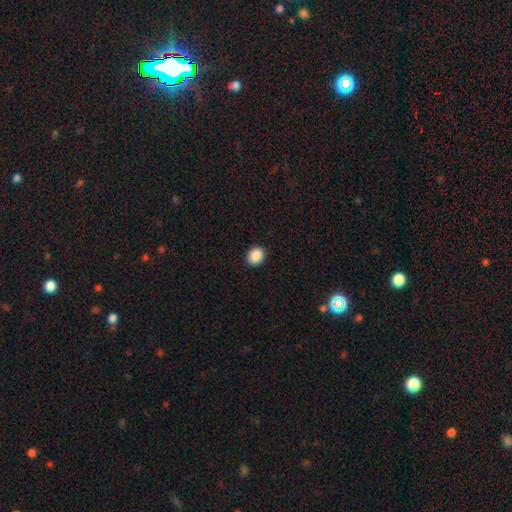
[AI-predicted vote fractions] Smooth or featured?
  - smooth: 89% *
  - star or artifact: 8%
  - featured or disk: 2%
How rounded?
  - round: 55% *
  - in between: 44%
  - cigar-shaped: 1%
Merging?
  - none: 92% *
  - minor disturbance: 6%
  - major disturbance: 2%
  - merger: 1%